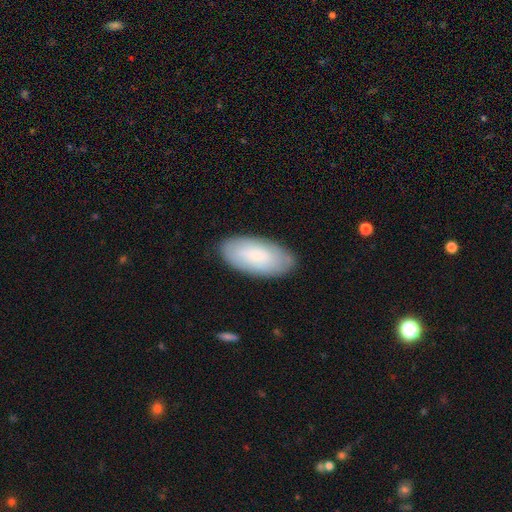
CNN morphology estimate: Q: Smooth or featured?
A: smooth (68%); runner-up: featured or disk (26%)
Q: How rounded?
A: in between (93%); runner-up: cigar-shaped (5%)
Q: Merging?
A: none (84%); runner-up: minor disturbance (12%)